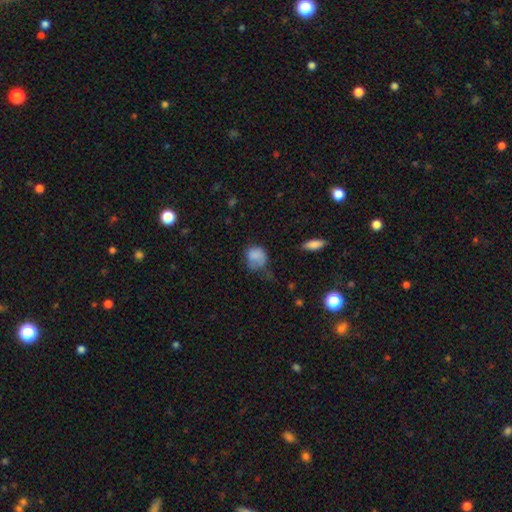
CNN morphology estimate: Overall: smooth (77%). How rounded: round (58%; in between 41%). Merging: minor disturbance (35%; none 34%).